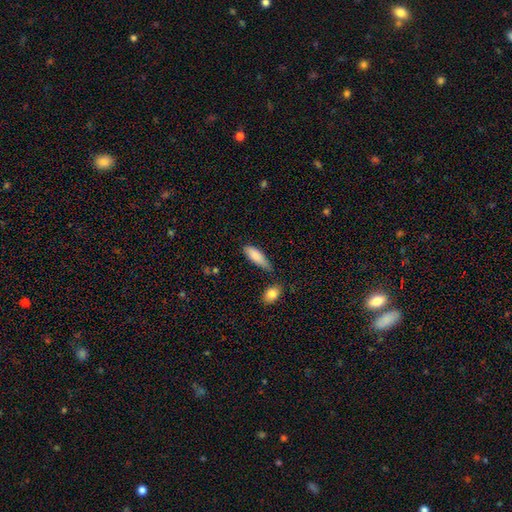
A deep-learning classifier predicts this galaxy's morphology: A smooth galaxy with no disk features (85%) that is in between round and cigar-shaped (62%). Merging: none (52%).